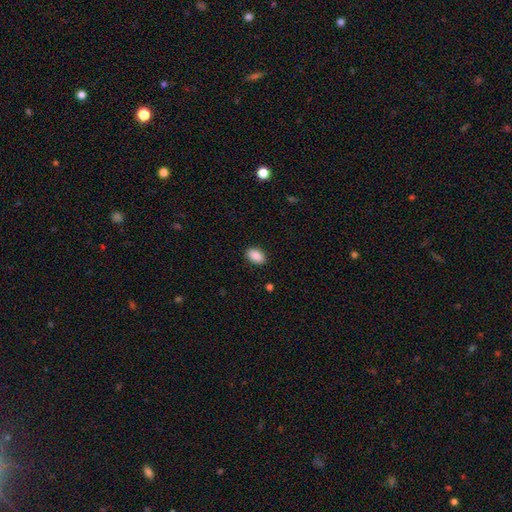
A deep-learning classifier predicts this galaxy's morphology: Q: Smooth or featured?
A: smooth (90%); runner-up: star or artifact (7%)
Q: How rounded?
A: in between (91%); runner-up: round (8%)
Q: Merging?
A: none (90%); runner-up: minor disturbance (7%)